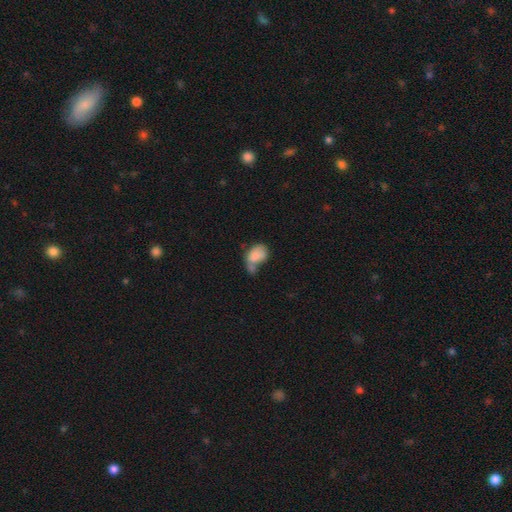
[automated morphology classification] Smooth or featured?
  - smooth: 79% *
  - featured or disk: 13%
  - star or artifact: 8%
How rounded?
  - in between: 79% *
  - round: 19%
  - cigar-shaped: 2%
Merging?
  - merger: 46% *
  - none: 22%
  - minor disturbance: 18%
  - major disturbance: 14%